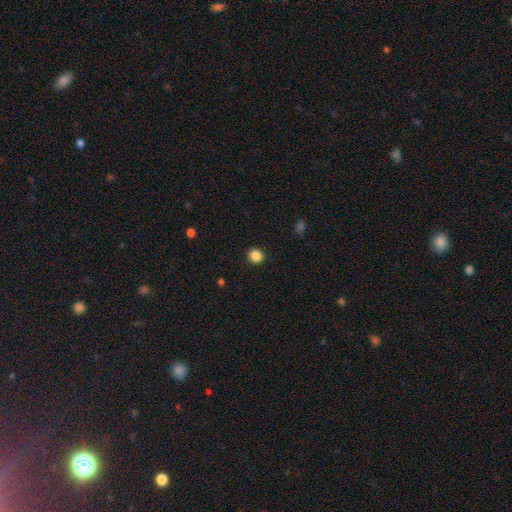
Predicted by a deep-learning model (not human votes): smooth-or-featured: smooth: 86% | star or artifact: 11% | featured or disk: 3%
  how-rounded: round: 87% | in between: 12% | cigar-shaped: 1%
  merging: none: 92% | minor disturbance: 5% | major disturbance: 2% | merger: 1%